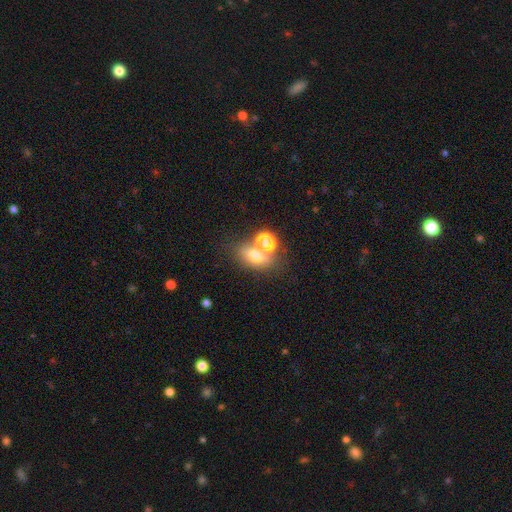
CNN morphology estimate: Overall: smooth (66%). How rounded: in between (62%; round 34%). Merging: none (49%; merger 34%).